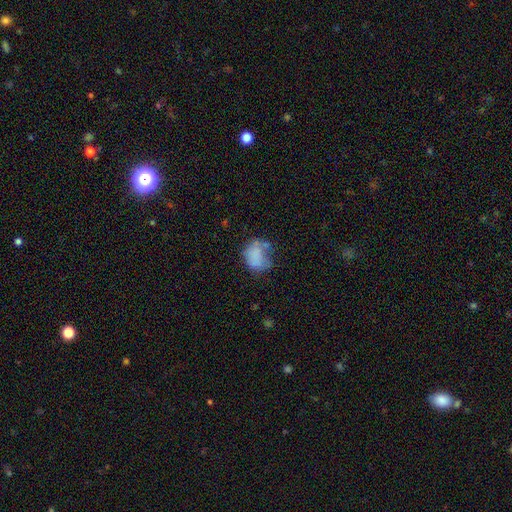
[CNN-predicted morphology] Smooth or featured? Predicted: smooth (p=0.67). How rounded? Predicted: in between (p=0.63). Merging? Predicted: none (p=0.38).